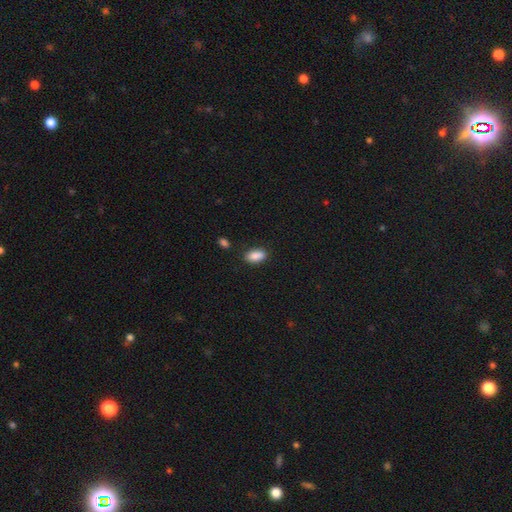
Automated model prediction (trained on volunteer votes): This is clearly a smooth galaxy (88%). How rounded: clearly in between (91%). Merging: clearly none (80%).